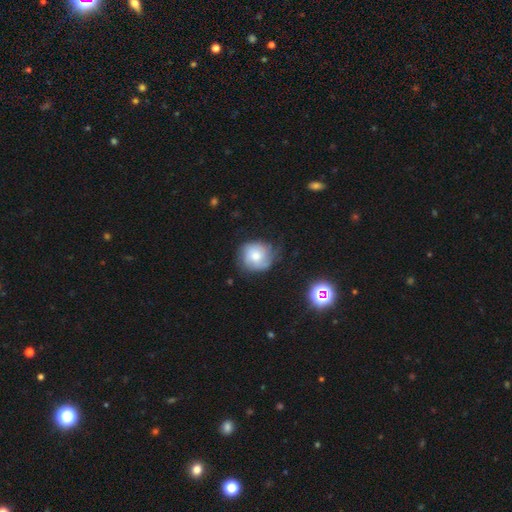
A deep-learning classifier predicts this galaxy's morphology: smooth 52%, featured or disk 39%, star or artifact 9%. Down the decision tree: how rounded — round (84%); merging — none (62%).